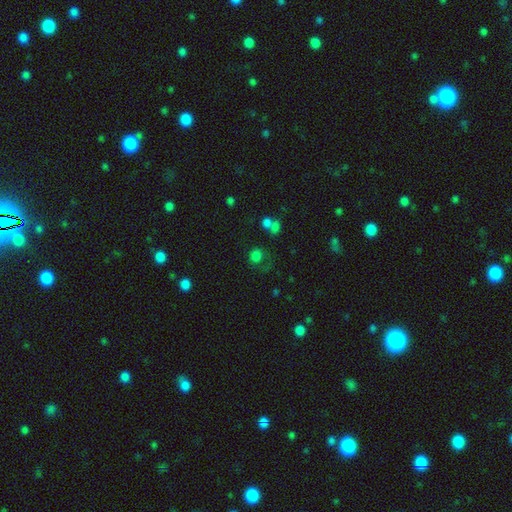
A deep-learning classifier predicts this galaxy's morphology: The model was most divided on "merging": none: 54%, major disturbance: 18%, minor disturbance: 17%, merger: 11%. More confident: how rounded — round (79%); smooth or featured — smooth (73%).